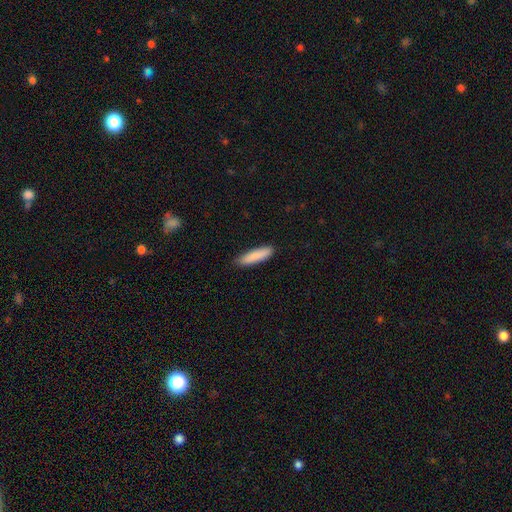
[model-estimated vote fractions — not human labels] Smooth or featured: smooth — 88% (featured or disk — 7%)
How rounded: cigar-shaped — 75% (in between — 24%)
Merging: none — 87% (minor disturbance — 11%)